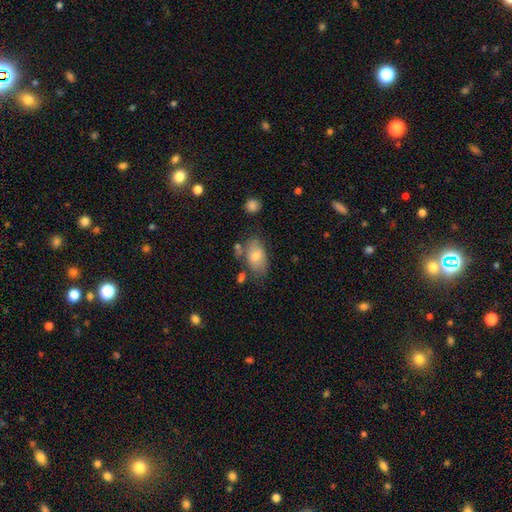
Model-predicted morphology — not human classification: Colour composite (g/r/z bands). It shows a smooth galaxy with no disk features (74%) that is in between round and cigar-shaped (91%). Merging: none (58%).